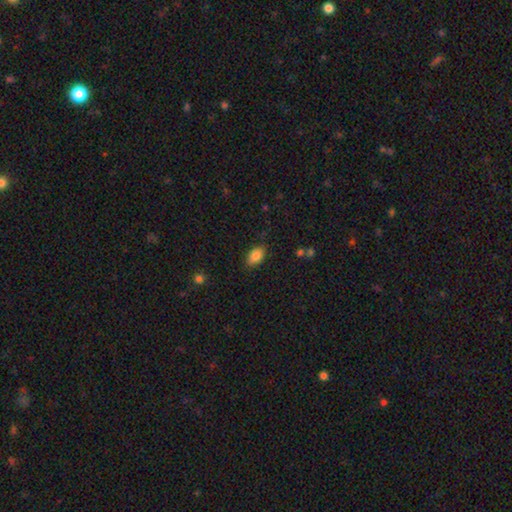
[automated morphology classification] This appears to be a smooth galaxy with no disk features (85%) that is in between round and cigar-shaped (89%). Merging: none (84%).